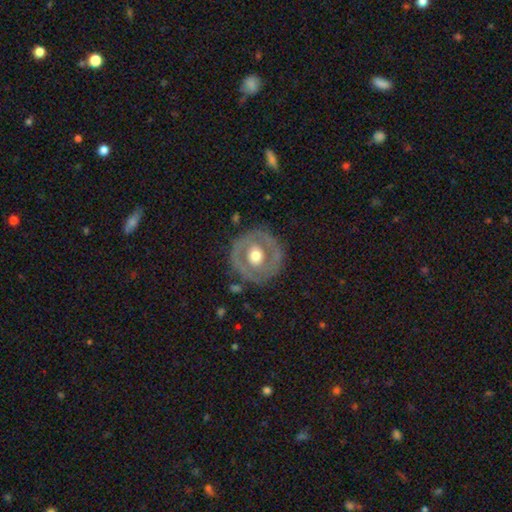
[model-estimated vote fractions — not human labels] smooth-or-featured: featured or disk: 61% | smooth: 34% | star or artifact: 5%
  disk-edge-on: no: 96% | yes: 4%
    bar: no: 78% | weak: 16% | strong: 6%
    has-spiral-arms: no: 73% | yes: 27%
    bulge-size: moderate: 65% | large: 26% | small: 6% | dominant: 2% | none: 1%
  merging: none: 78% | minor disturbance: 13% | major disturbance: 7% | merger: 2%